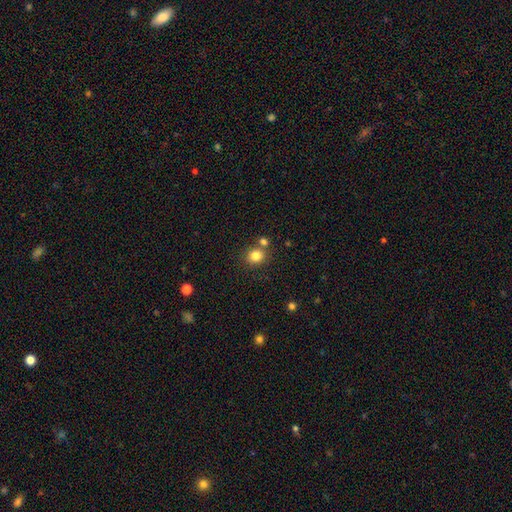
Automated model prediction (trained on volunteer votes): Q: Smooth or featured?
A: smooth (82%); runner-up: star or artifact (12%)
Q: How rounded?
A: round (81%); runner-up: in between (18%)
Q: Merging?
A: none (72%); runner-up: merger (16%)